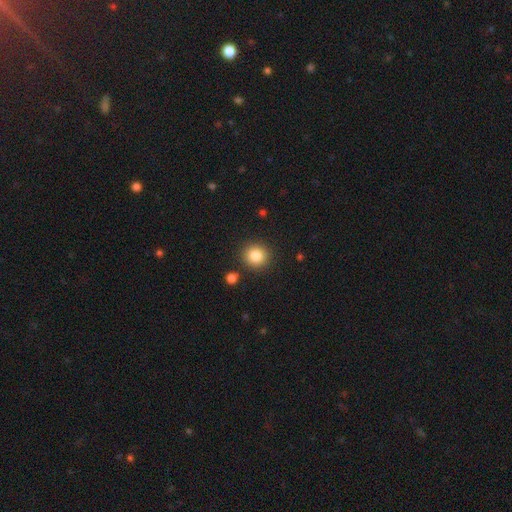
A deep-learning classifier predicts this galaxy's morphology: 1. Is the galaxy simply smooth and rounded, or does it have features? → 84% smooth, 10% star or artifact, 5% featured or disk.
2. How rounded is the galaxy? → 91% round, 8% in between, 1% cigar-shaped.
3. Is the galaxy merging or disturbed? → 88% none, 6% minor disturbance, 3% merger, 2% major disturbance.